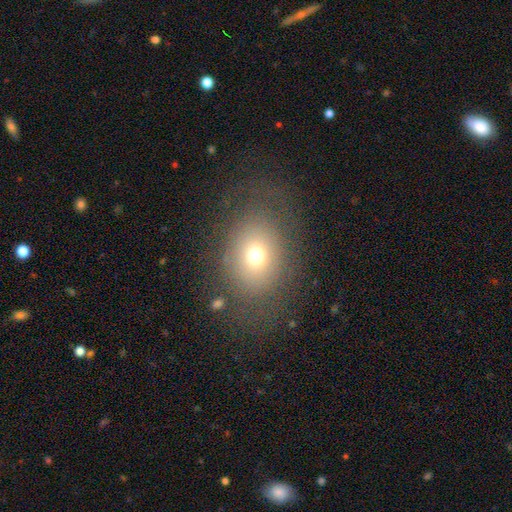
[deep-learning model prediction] Q: Smooth or featured?
A: smooth (68%); runner-up: star or artifact (17%)
Q: How rounded?
A: in between (53%); runner-up: round (46%)
Q: Merging?
A: none (69%); runner-up: minor disturbance (15%)